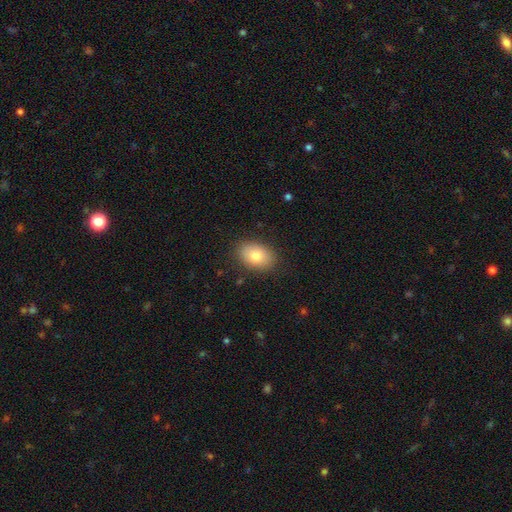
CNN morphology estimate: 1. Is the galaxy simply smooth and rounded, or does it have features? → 80% smooth, 12% featured or disk, 8% star or artifact.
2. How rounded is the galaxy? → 83% in between, 16% round, 1% cigar-shaped.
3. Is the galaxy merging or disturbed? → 86% none, 10% minor disturbance, 3% major disturbance, 1% merger.